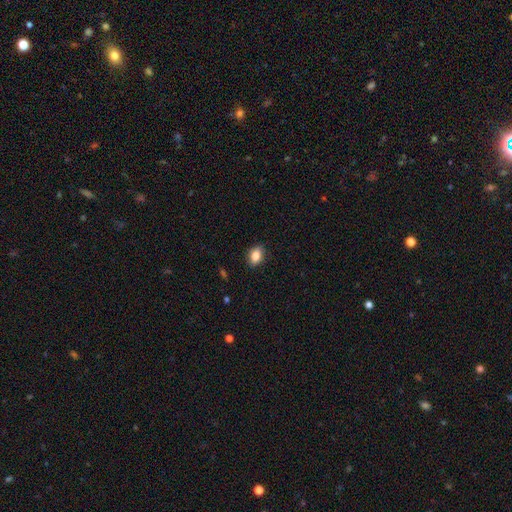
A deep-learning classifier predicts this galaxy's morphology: This appears to be a smooth galaxy with no disk features (84%) that is in between round and cigar-shaped (78%). Merging: none (87%).